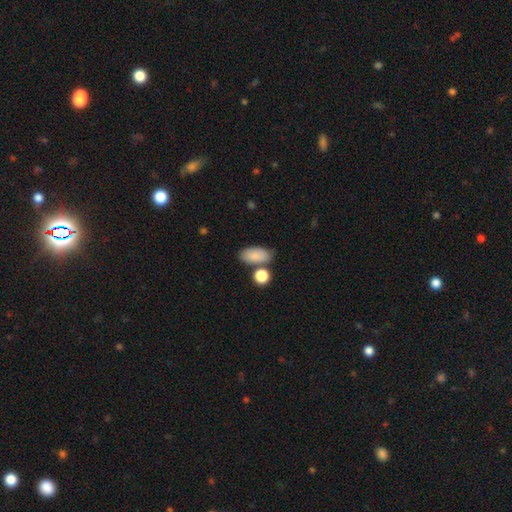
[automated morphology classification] Smooth or featured? smooth (85%)
How rounded? in between (90%)
Merging? none (68%)